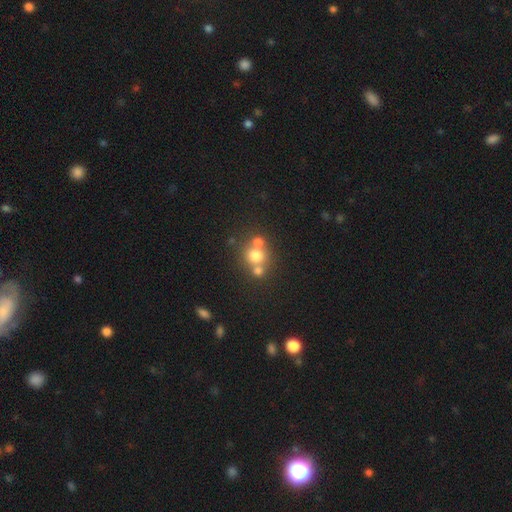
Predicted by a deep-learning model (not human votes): Smooth or featured: smooth — 69% (featured or disk — 16%)
How rounded: round — 84% (in between — 15%)
Merging: none — 46% (merger — 43%)